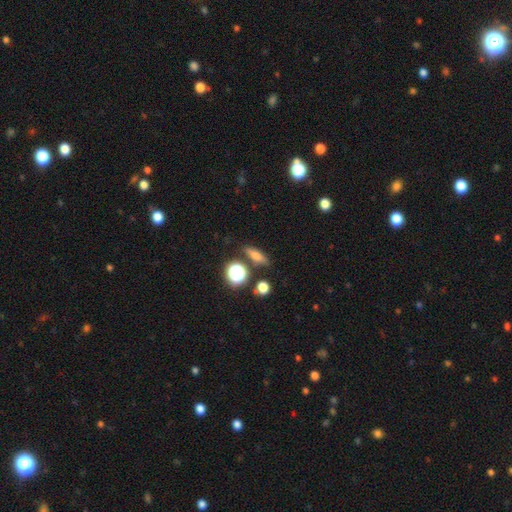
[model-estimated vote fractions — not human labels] Smooth or featured?
  - smooth: 60% *
  - featured or disk: 23%
  - star or artifact: 17%
How rounded?
  - in between: 41% * (tied)
  - cigar-shaped: 41% * (tied)
  - round: 18%
Merging?
  - none: 80% *
  - minor disturbance: 11%
  - merger: 5%
  - major disturbance: 3%